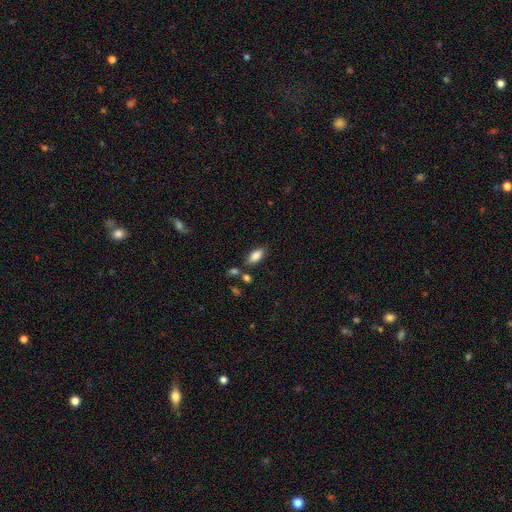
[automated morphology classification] smooth 85%, featured or disk 8%, star or artifact 7%. Down the decision tree: how rounded — in between (89%); merging — none (76%).